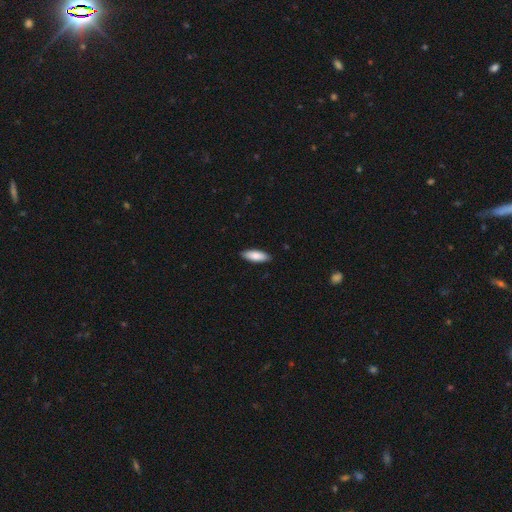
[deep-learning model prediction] Morphology: type=smooth (84%); roundness=in between (70%); merging=none (89%).